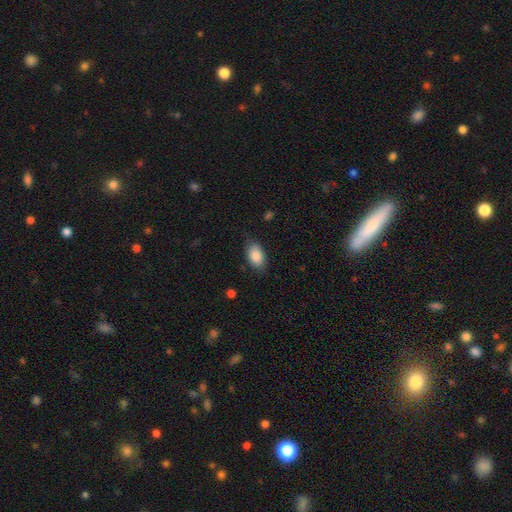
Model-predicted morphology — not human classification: Smooth or featured? smooth (87%)
How rounded? in between (91%)
Merging? none (79%)